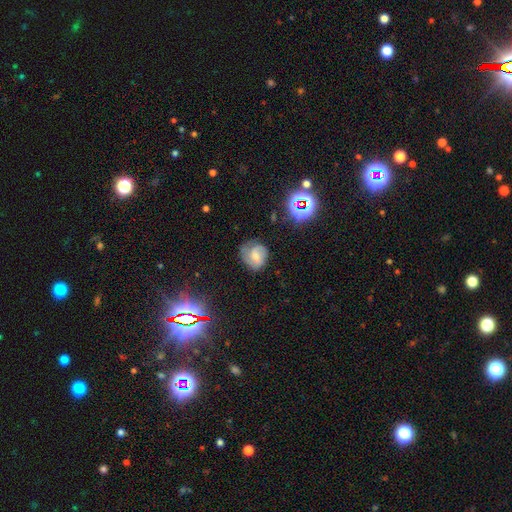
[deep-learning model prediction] Smooth or featured?
  - smooth: 45% *
  - featured or disk: 42%
  - star or artifact: 13%
Merging?
  - none: 58% *
  - minor disturbance: 27%
  - major disturbance: 13%
  - merger: 2%